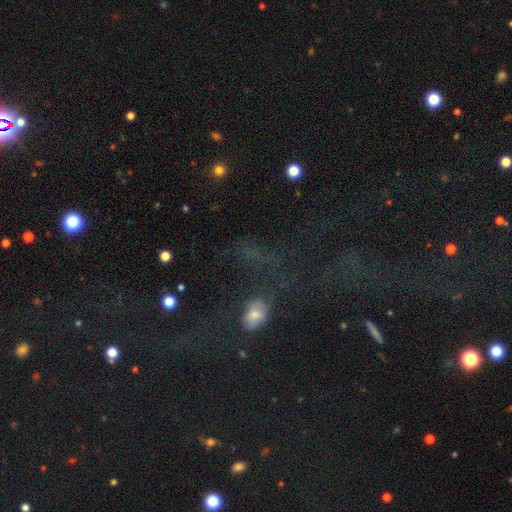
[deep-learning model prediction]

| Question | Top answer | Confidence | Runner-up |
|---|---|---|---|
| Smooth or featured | star or artifact | 42% | smooth (39%) |